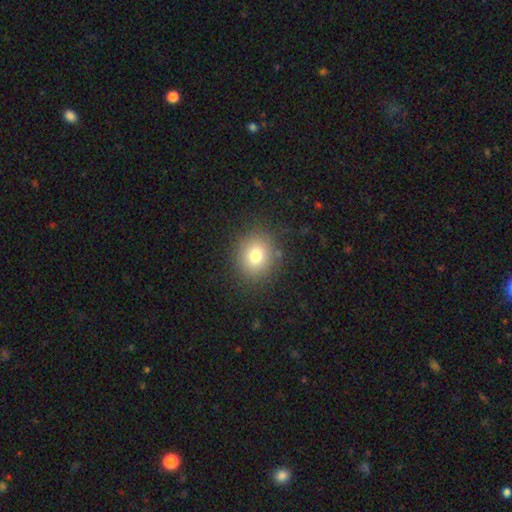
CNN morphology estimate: smooth-or-featured: smooth: 76% | star or artifact: 14% | featured or disk: 11%
  how-rounded: round: 78% | in between: 21% | cigar-shaped: 1%
  merging: none: 85% | minor disturbance: 9% | major disturbance: 4% | merger: 2%